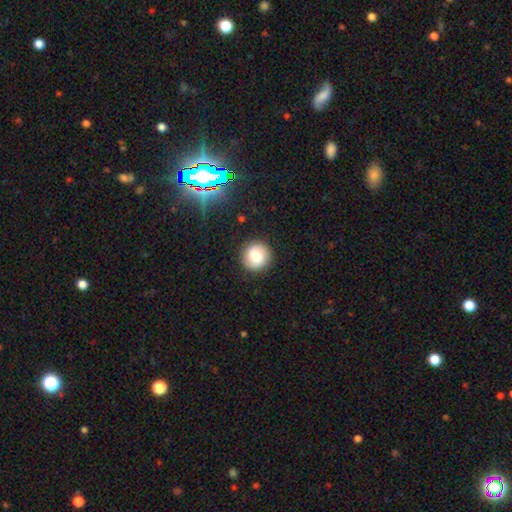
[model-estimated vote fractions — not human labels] A smooth galaxy with no disk features (66%) that is round (93%). Merging: none (88%).